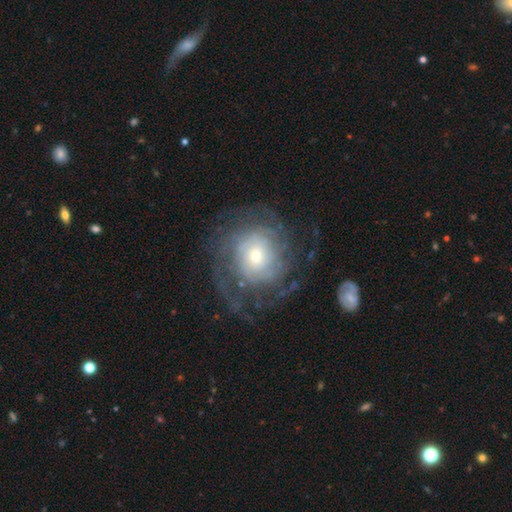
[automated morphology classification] Smooth or featured? Predicted: featured or disk (p=0.79). Edge-on disk? Predicted: no (p=0.97). Bar? Predicted: no (p=0.73). Spiral arms? Predicted: yes (p=0.91). Spiral winding? Predicted: tight (p=0.65). Spiral arm count? Predicted: can't tell (p=0.46). Bulge size? Predicted: moderate (p=0.46). Merging? Predicted: none (p=0.69).